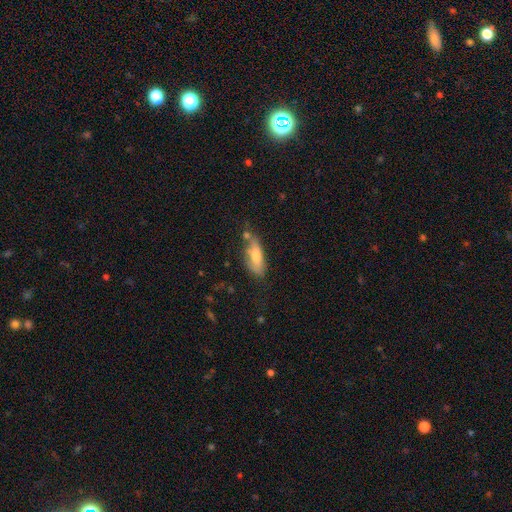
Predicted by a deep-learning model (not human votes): smooth_or_featured: smooth (p=0.66) [alt: featured or disk p=0.26]
how_rounded: in between (p=0.66) [alt: cigar-shaped p=0.32]
merging: none (p=0.49) [alt: minor disturbance p=0.29]